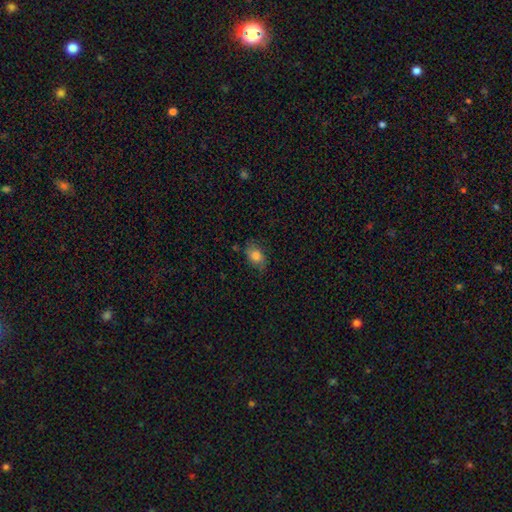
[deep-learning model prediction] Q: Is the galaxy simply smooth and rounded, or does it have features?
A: smooth — 78%.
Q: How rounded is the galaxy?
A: in between — 75%.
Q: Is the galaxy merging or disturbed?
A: none — 70%.